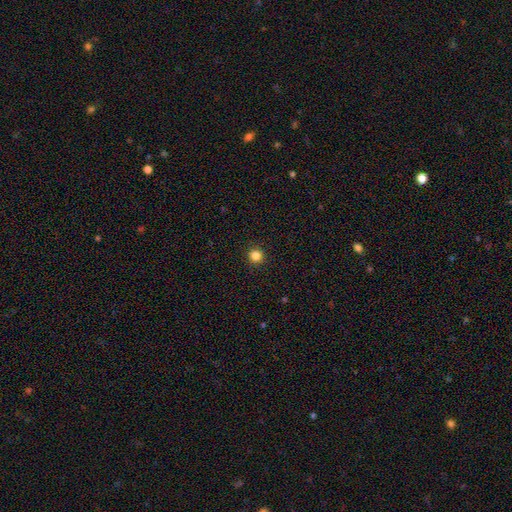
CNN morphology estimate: Smooth or featured? smooth (84%)
How rounded? round (94%)
Merging? none (93%)